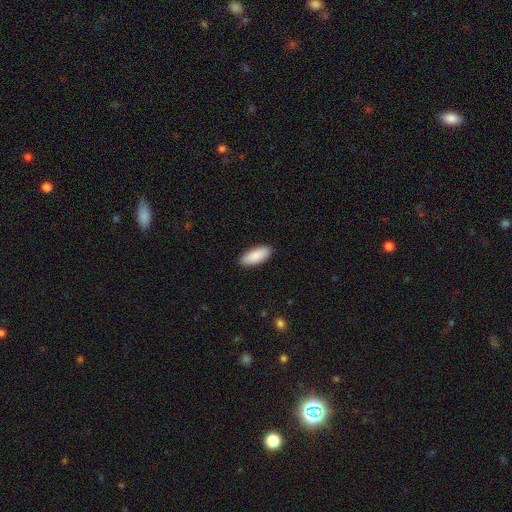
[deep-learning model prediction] smooth_or_featured: smooth (p=0.90) [alt: star or artifact p=0.05]
how_rounded: in between (p=0.83) [alt: cigar-shaped p=0.15]
merging: none (p=0.90) [alt: minor disturbance p=0.08]